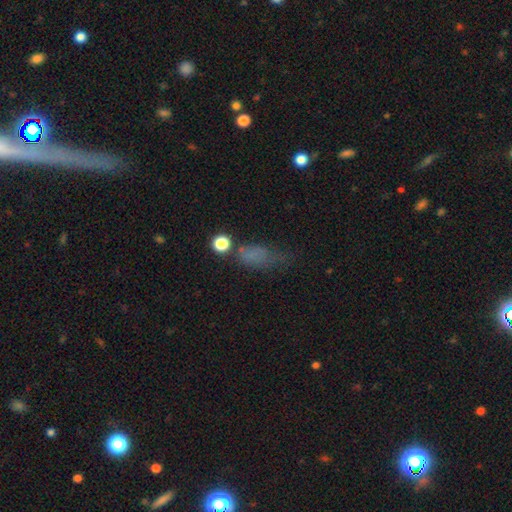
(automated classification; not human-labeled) This appears to be a smooth galaxy with no disk features (63%) that is in between round and cigar-shaped (70%). Merging: none (41%).